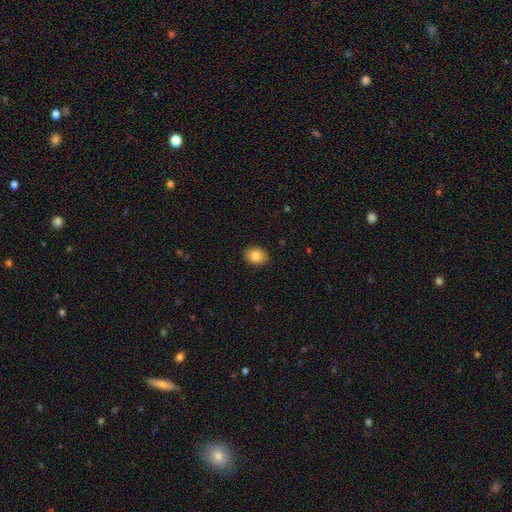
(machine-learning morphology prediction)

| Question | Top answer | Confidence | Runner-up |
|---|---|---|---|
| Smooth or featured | smooth | 85% | star or artifact (8%) |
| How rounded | in between | 65% | round (34%) |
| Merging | none | 90% | minor disturbance (7%) |